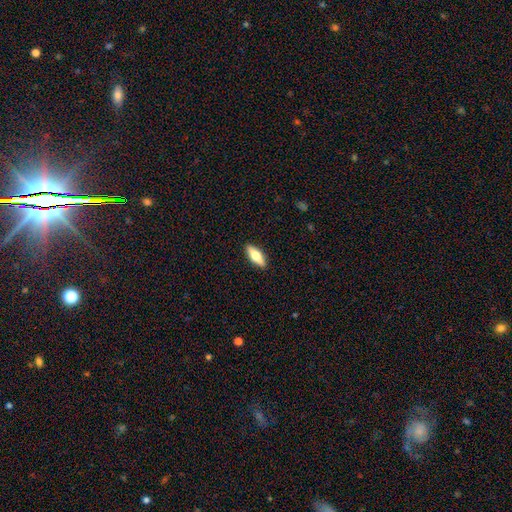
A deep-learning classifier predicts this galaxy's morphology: Smooth or featured? smooth (62%)
How rounded? in between (64%)
Merging? none (90%)